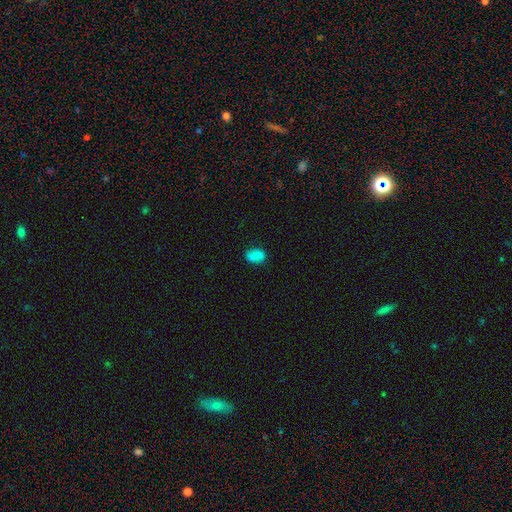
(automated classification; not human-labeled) Q: Smooth or featured?
A: smooth (84%); runner-up: star or artifact (11%)
Q: How rounded?
A: in between (84%); runner-up: round (15%)
Q: Merging?
A: none (82%); runner-up: minor disturbance (14%)